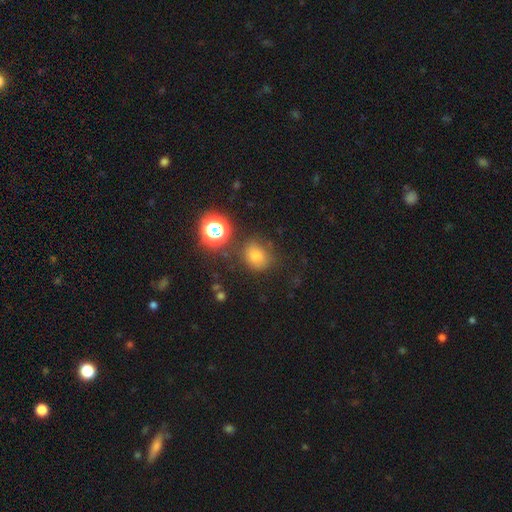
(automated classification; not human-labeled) The model was most divided on "how rounded": round: 67%, in between: 32%, cigar-shaped: 1%. More confident: merging — none (72%); smooth or featured — smooth (70%).